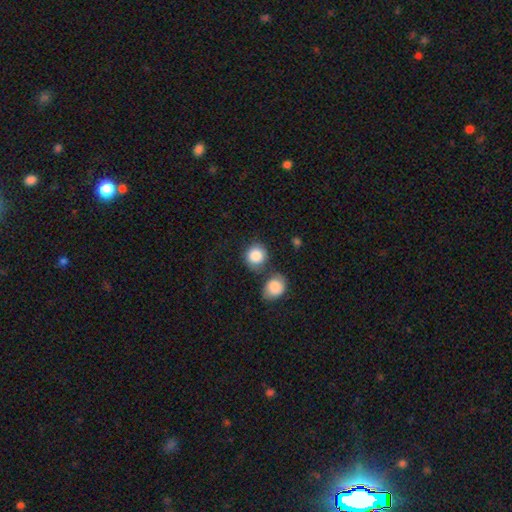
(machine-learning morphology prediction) A smooth galaxy with no disk features (87%) that is round (83%).

Vote fractions:
- Smooth or featured? smooth: 87% / star or artifact: 7% / featured or disk: 6%
- How rounded? round: 83% / in between: 16% / cigar-shaped: 1%
- Merging? none: 61% / merger: 21% / minor disturbance: 13% / major disturbance: 5%